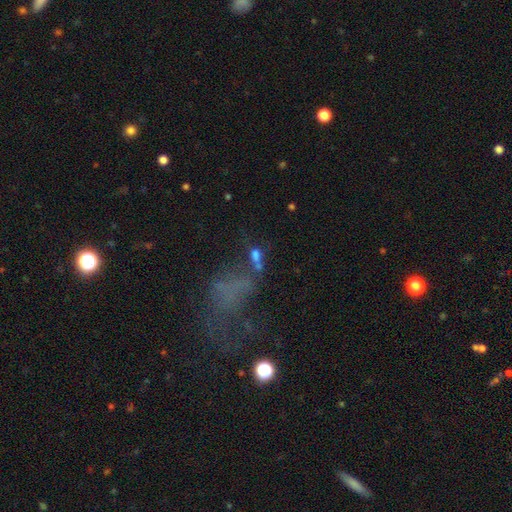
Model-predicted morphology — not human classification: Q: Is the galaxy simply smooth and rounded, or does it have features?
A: smooth — 53%.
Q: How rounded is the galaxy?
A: in between — 63%.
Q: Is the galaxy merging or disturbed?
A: none — 32%.